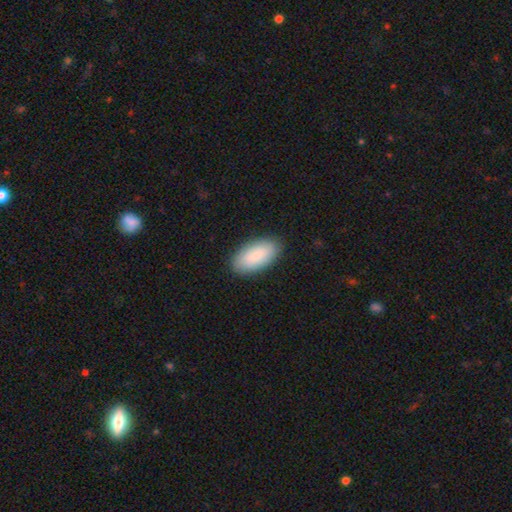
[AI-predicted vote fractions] Overall: smooth (89%). How rounded: in between (93%). Merging: none (89%).